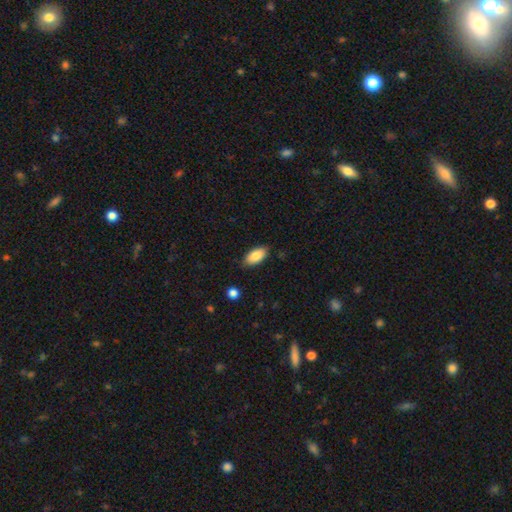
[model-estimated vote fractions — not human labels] smooth 85%, featured or disk 8%, star or artifact 7%. Down the decision tree: how rounded — in between (92%); merging — none (84%).